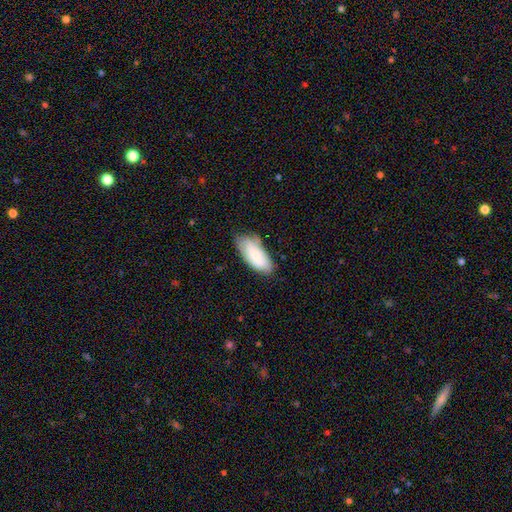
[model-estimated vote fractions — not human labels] Smooth or featured: smooth — 72% (featured or disk — 21%)
How rounded: in between — 87% (cigar-shaped — 11%)
Merging: none — 64% (minor disturbance — 28%)